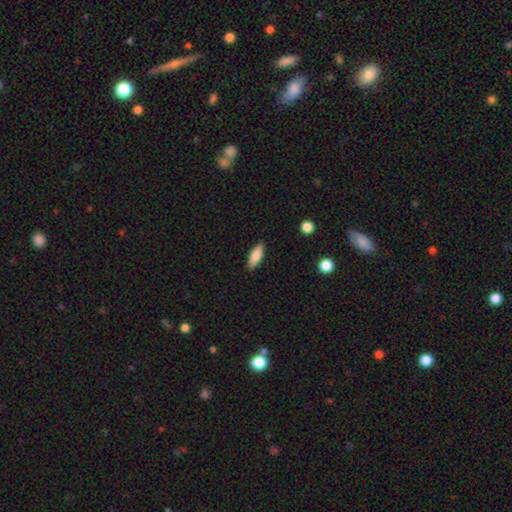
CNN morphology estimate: A smooth galaxy with no disk features (84%) that is in between round and cigar-shaped (64%).

Vote fractions:
- Smooth or featured? smooth: 84% / featured or disk: 9% / star or artifact: 6%
- How rounded? in between: 64% / cigar-shaped: 34% / round: 2%
- Merging? none: 88% / minor disturbance: 9% / major disturbance: 2% / merger: 1%